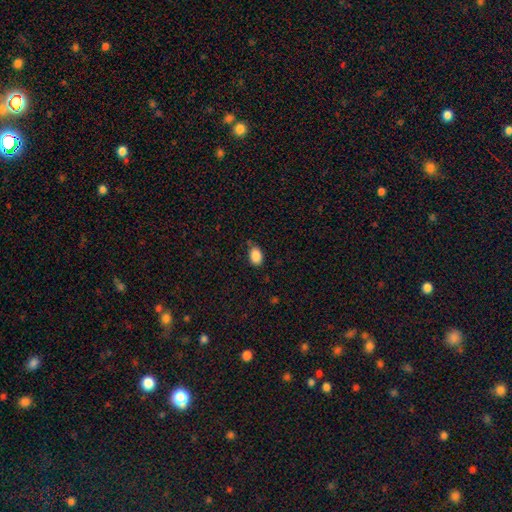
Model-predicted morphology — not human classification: smooth-or-featured: smooth: 89% | star or artifact: 8% | featured or disk: 3%
  how-rounded: in between: 85% | round: 14% | cigar-shaped: 1%
  merging: none: 76% | minor disturbance: 19% | major disturbance: 4% | merger: 2%